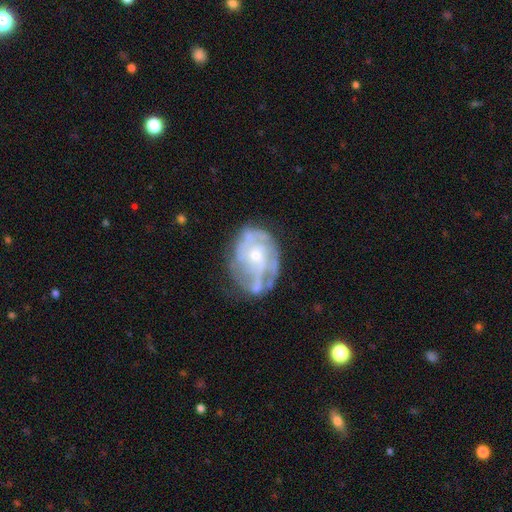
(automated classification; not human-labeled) Smooth or featured: featured or disk — 81% (smooth — 12%)
Edge-on disk: no — 97% (yes — 3%)
Bar: no — 72% (weak — 23%)
Spiral arms: yes — 82% (no — 18%)
Spiral winding: tight — 49% (medium — 36%)
Spiral arm count: can't tell — 38% (3 — 22%)
Bulge size: small — 62% (moderate — 35%)
Merging: none — 51% (minor disturbance — 26%)